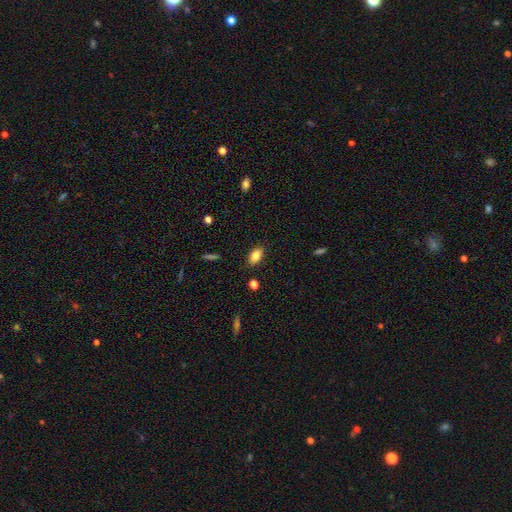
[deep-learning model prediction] smooth_or_featured: smooth (p=0.81) [alt: featured or disk p=0.10]
how_rounded: in between (p=0.88) [alt: round p=0.06]
merging: none (p=0.85) [alt: minor disturbance p=0.11]